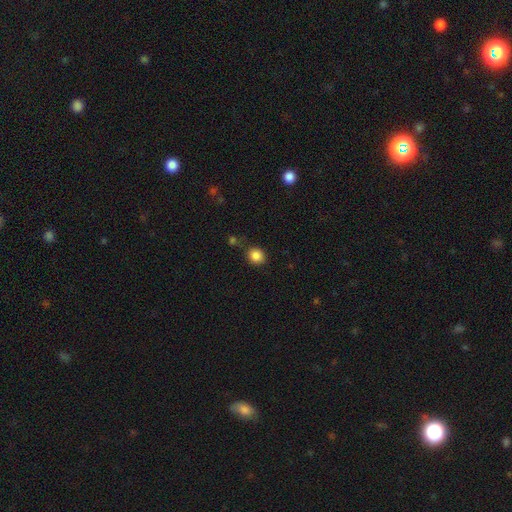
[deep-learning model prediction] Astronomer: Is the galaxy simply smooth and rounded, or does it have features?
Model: smooth — 86%.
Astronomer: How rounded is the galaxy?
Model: round — 82%.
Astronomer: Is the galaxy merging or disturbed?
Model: none — 80%.